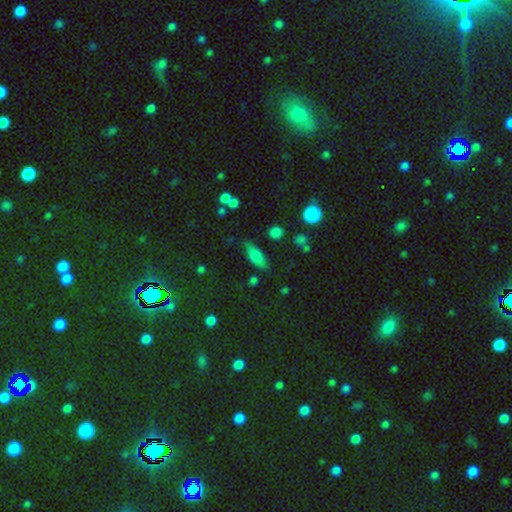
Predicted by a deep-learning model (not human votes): This is likely a smooth galaxy (71%). How rounded: likely in between (71%). Merging: likely none (73%).